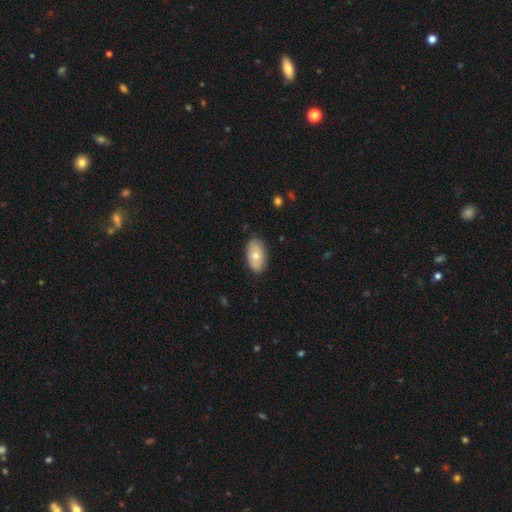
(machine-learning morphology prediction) type=smooth (69%); roundness=in between (93%); merging=none (83%).